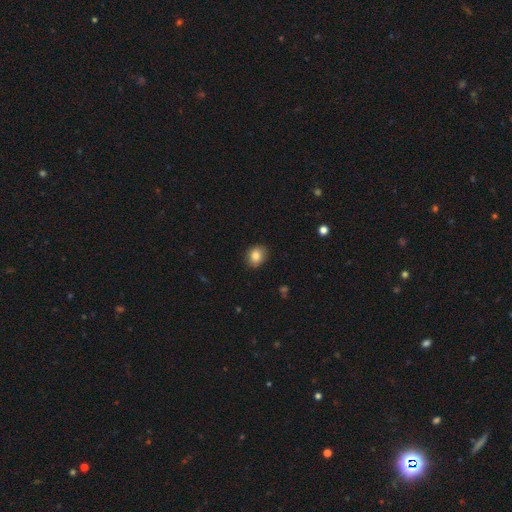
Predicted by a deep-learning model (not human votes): Smooth or featured: smooth — 84% (star or artifact — 9%)
How rounded: round — 60% (in between — 39%)
Merging: none — 86% (minor disturbance — 11%)